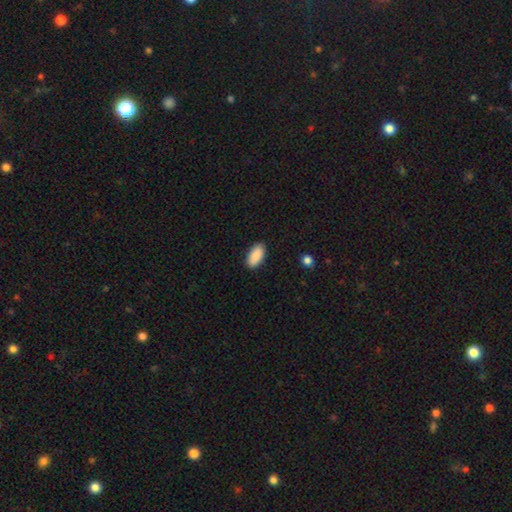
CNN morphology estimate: Overall: smooth (90%). How rounded: in between (94%). Merging: none (89%).